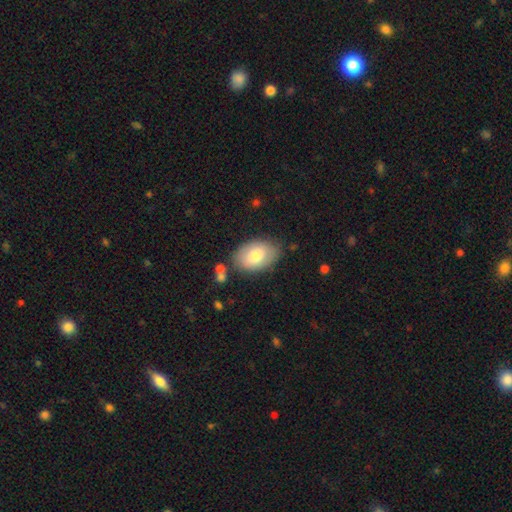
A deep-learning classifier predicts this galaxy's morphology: Smooth or featured? Predicted: smooth (p=0.74). How rounded? Predicted: in between (p=0.90). Merging? Predicted: none (p=0.78).